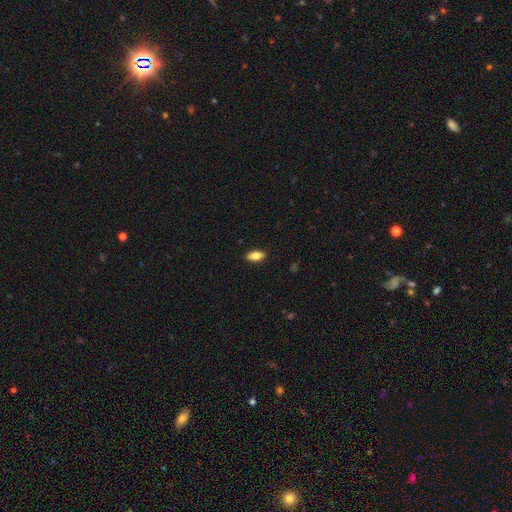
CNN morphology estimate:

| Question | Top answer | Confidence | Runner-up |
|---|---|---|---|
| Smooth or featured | smooth | 82% | featured or disk (11%) |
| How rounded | in between | 88% | cigar-shaped (9%) |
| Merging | none | 89% | minor disturbance (8%) |